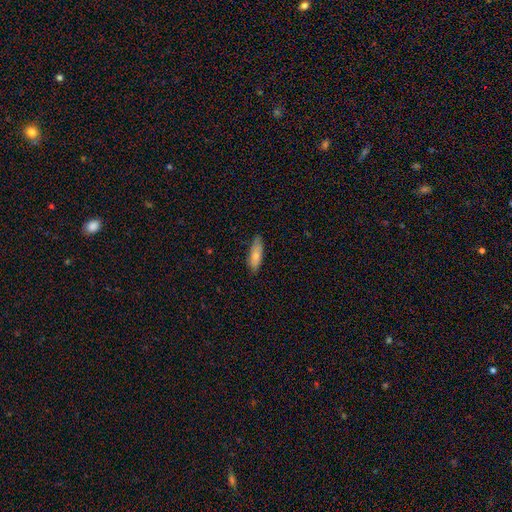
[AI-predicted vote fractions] Overall: smooth (77%). How rounded: in between (59%; cigar-shaped 39%). Merging: none (79%).